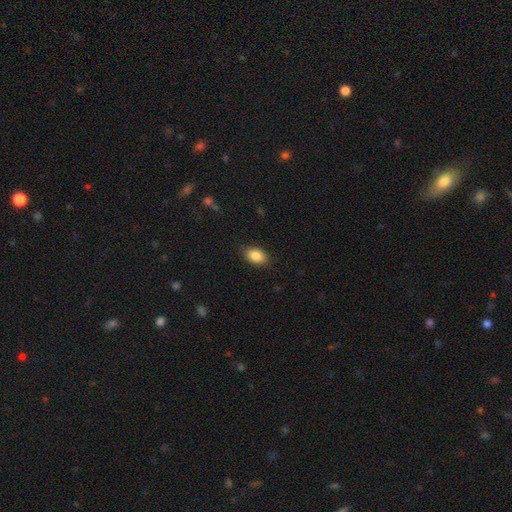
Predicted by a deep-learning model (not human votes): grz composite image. It shows a smooth galaxy with no disk features (87%) that is in between round and cigar-shaped (87%). Merging: none (85%).